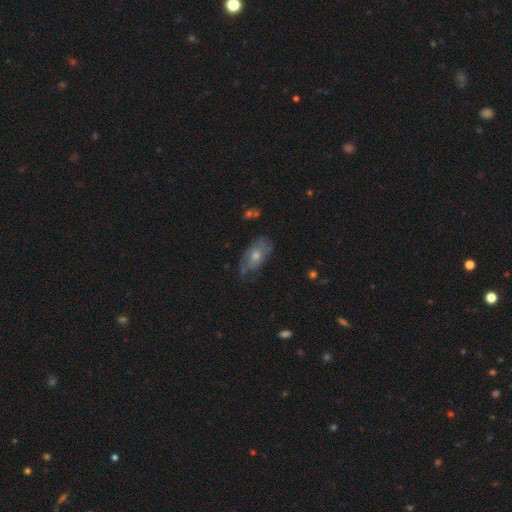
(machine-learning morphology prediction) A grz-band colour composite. It shows a featured or disk galaxy (49%). Merging: none (61%).